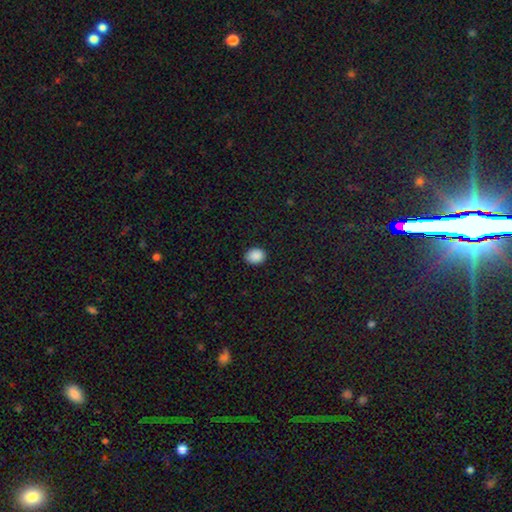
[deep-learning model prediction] smooth_or_featured: smooth (p=0.89) [alt: star or artifact p=0.09]
how_rounded: round (p=0.53) [alt: in between p=0.47]
merging: none (p=0.87) [alt: minor disturbance p=0.10]